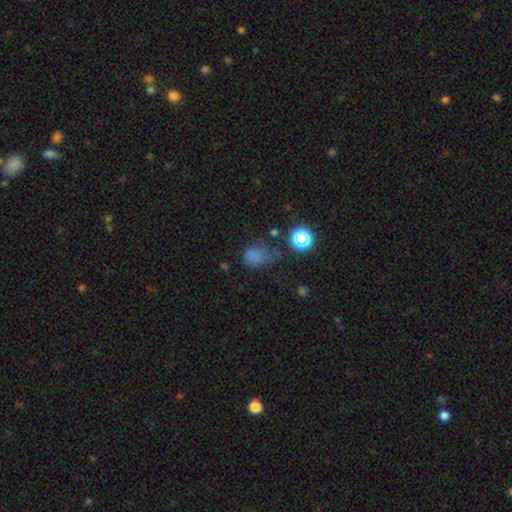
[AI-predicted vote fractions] Smooth or featured?
  - smooth: 63% *
  - star or artifact: 26%
  - featured or disk: 11%
How rounded?
  - in between: 59% *
  - round: 40%
  - cigar-shaped: 2%
Merging?
  - none: 39% *
  - minor disturbance: 30%
  - major disturbance: 24%
  - merger: 6%